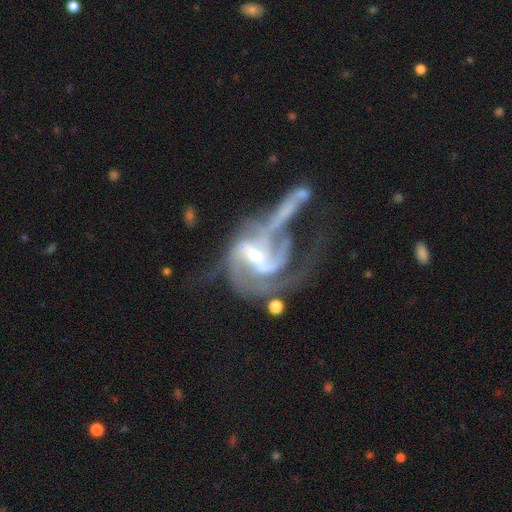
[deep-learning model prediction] Smooth or featured: featured or disk — 88% (star or artifact — 6%)
Edge-on disk: no — 97% (yes — 3%)
Bar: weak — 41% (strong — 39%)
Spiral arms: yes — 94% (no — 6%)
Spiral winding: medium — 46% (loose — 31%)
Spiral arm count: 2 — 47% (3 — 20%)
Bulge size: small — 58% (moderate — 36%)
Merging: major disturbance — 43% (merger — 25%)